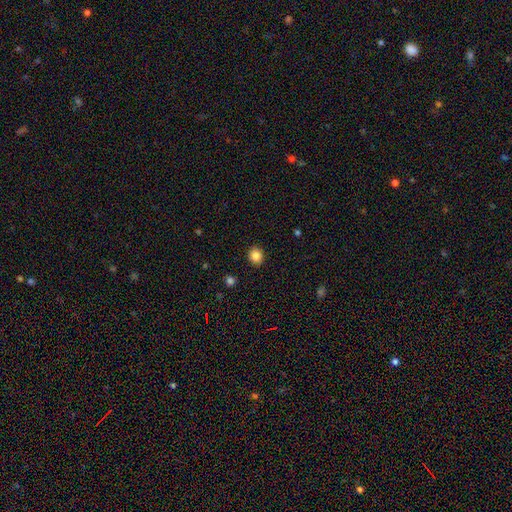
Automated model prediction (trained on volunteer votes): smooth_or_featured: smooth (p=0.85) [alt: star or artifact p=0.10]
how_rounded: round (p=0.78) [alt: in between p=0.21]
merging: none (p=0.91) [alt: minor disturbance p=0.06]